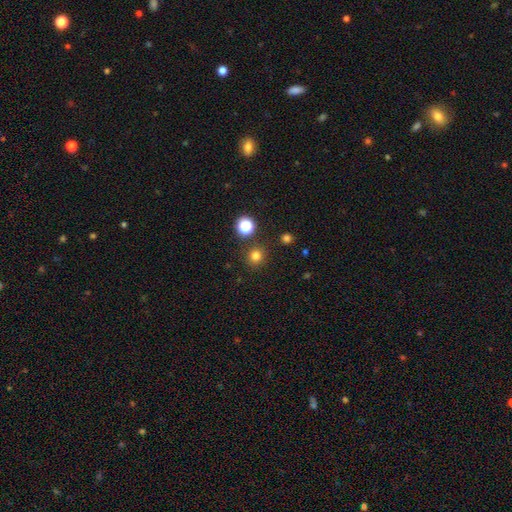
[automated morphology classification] smooth_or_featured: smooth (p=0.77) [alt: star or artifact p=0.18]
how_rounded: round (p=0.93) [alt: in between p=0.06]
merging: none (p=0.87) [alt: minor disturbance p=0.07]